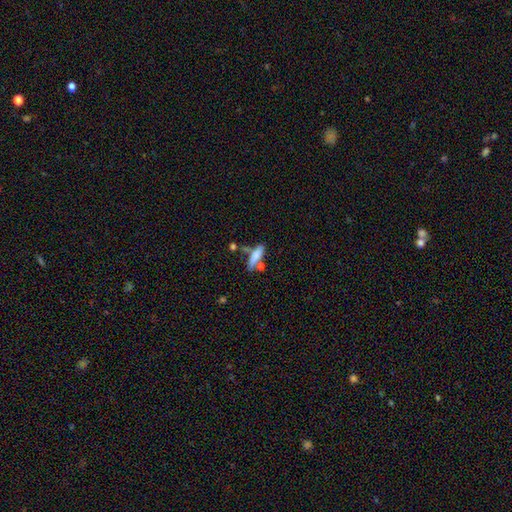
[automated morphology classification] A smooth galaxy with no disk features (74%) that is cigar-shaped (63%). Merging: none (54%).